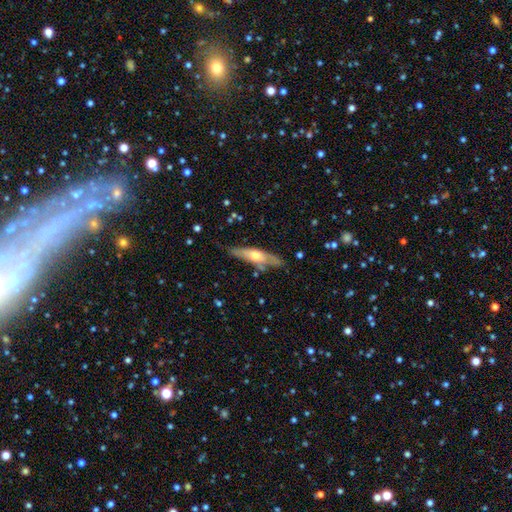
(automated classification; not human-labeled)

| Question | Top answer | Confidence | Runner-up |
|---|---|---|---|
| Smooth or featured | featured or disk | 51% | smooth (44%) |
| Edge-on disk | yes | 71% | no (29%) |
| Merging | none | 61% | minor disturbance (27%) |